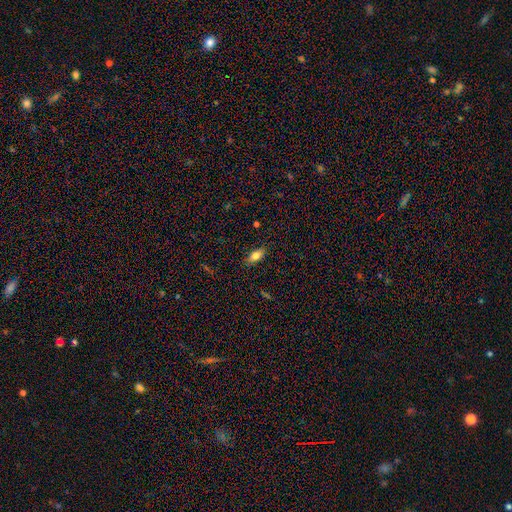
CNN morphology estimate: Q: Smooth or featured?
A: smooth (76%); runner-up: featured or disk (15%)
Q: How rounded?
A: in between (82%); runner-up: cigar-shaped (14%)
Q: Merging?
A: none (86%); runner-up: minor disturbance (10%)